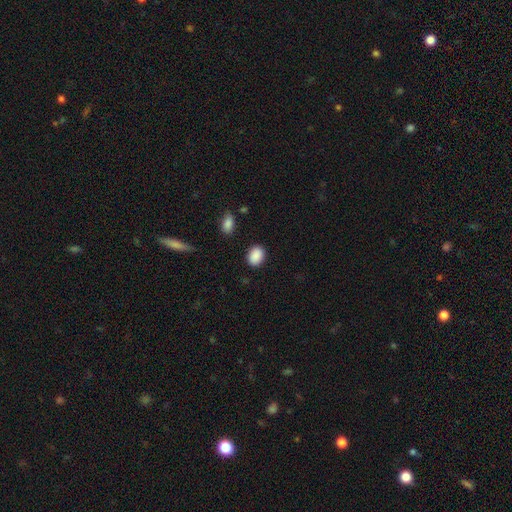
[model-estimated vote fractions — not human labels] This is clearly a smooth galaxy (90%). How rounded: likely in between (66%). Merging: clearly none (87%).